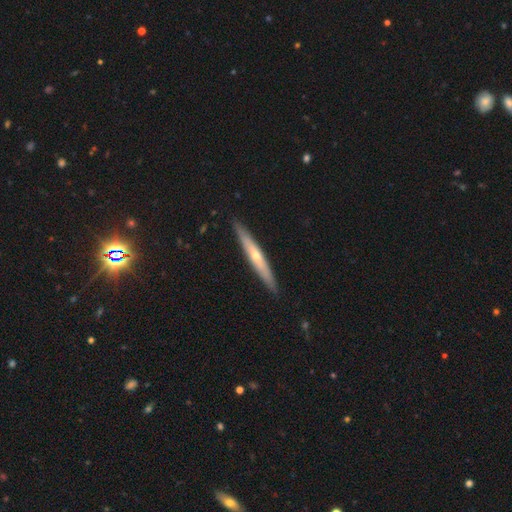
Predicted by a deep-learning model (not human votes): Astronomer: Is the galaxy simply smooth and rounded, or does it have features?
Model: featured or disk — 63%.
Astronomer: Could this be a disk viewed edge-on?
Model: yes — 92%.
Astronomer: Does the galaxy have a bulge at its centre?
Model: rounded — 74%.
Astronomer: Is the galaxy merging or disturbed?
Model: none — 90%.